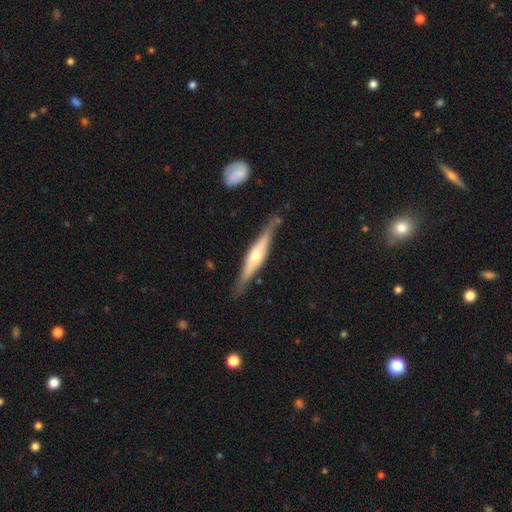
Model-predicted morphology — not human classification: This is likely a featured or disk galaxy (74%). It is clearly viewed edge-on (96%). Edge-on bulge: likely rounded (75%). Merging: clearly none (83%).